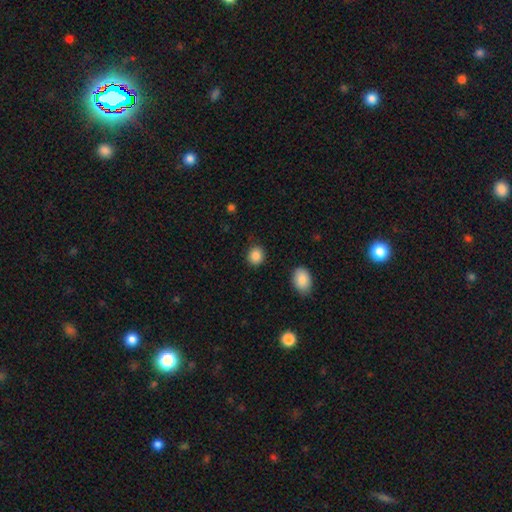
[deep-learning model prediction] A smooth galaxy with no disk features (87%) that is round (77%).

Vote fractions:
- Smooth or featured? smooth: 87% / star or artifact: 9% / featured or disk: 4%
- How rounded? round: 77% / in between: 22% / cigar-shaped: 1%
- Merging? none: 88% / minor disturbance: 7% / major disturbance: 2% / merger: 2%